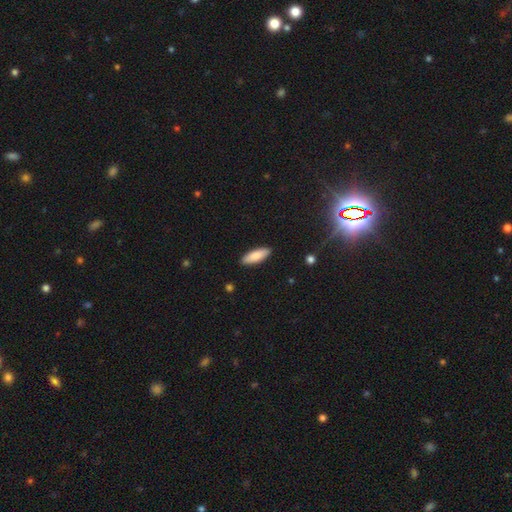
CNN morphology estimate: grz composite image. It shows a smooth galaxy with no disk features (85%) that is in between round and cigar-shaped (60%). Merging: none (90%).